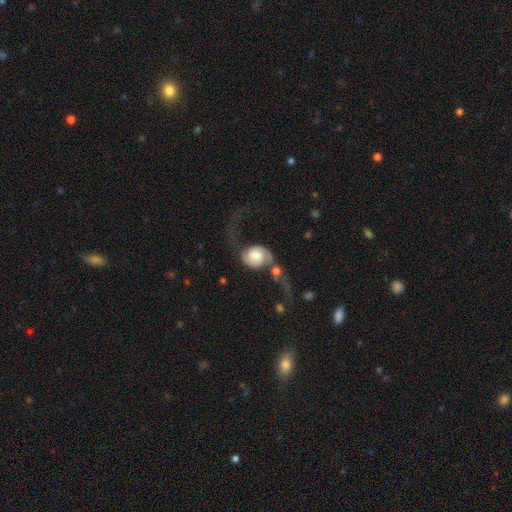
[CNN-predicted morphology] Q: Smooth or featured?
A: featured or disk (66%); runner-up: smooth (27%)
Q: Edge-on disk?
A: no (97%); runner-up: yes (3%)
Q: Bar?
A: no (67%); runner-up: weak (27%)
Q: Spiral arms?
A: yes (89%); runner-up: no (11%)
Q: Spiral winding?
A: loose (72%); runner-up: medium (20%)
Q: Spiral arm count?
A: 2 (88%); runner-up: 1 (6%)
Q: Bulge size?
A: moderate (45%); runner-up: large (28%)
Q: Merging?
A: major disturbance (33%); runner-up: none (27%)